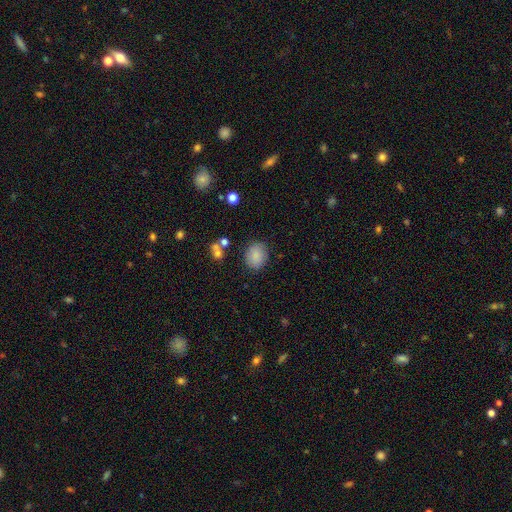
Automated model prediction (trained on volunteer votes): Overall: smooth (85%). How rounded: round (59%; in between 40%). Merging: none (82%).